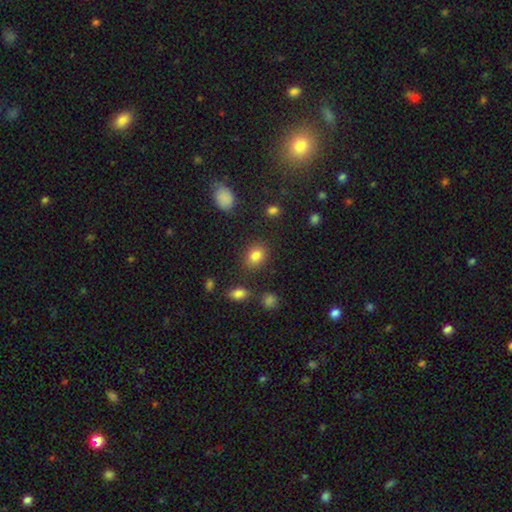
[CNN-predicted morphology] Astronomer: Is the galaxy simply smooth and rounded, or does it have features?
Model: smooth — 83%.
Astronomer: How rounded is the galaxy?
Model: round — 53% (runner-up: in between, 46%).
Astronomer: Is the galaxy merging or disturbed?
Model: none — 83%.